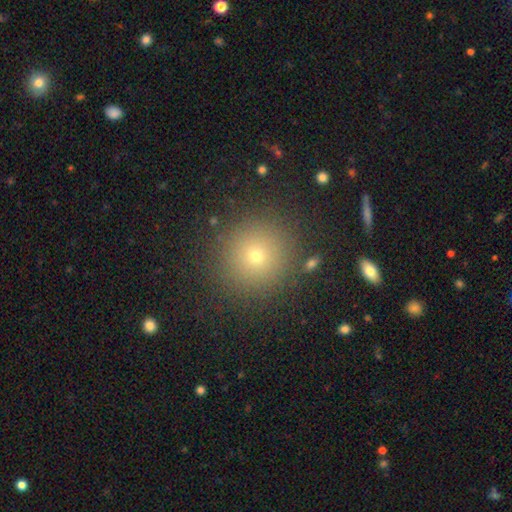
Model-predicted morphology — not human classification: Smooth or featured? smooth (68%)
How rounded? round (94%)
Merging? none (90%)